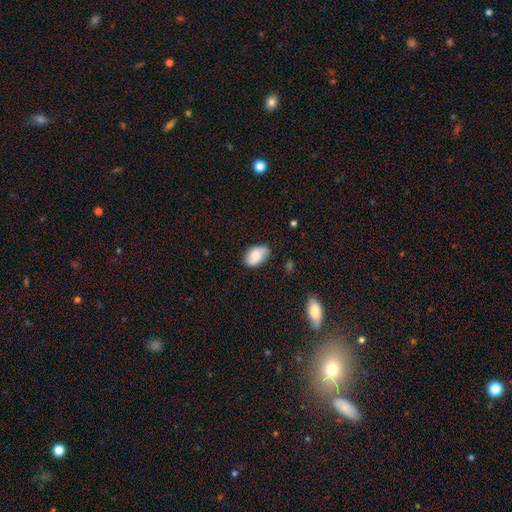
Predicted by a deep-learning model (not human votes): Q: Smooth or featured?
A: smooth (59%); runner-up: featured or disk (32%)
Q: How rounded?
A: in between (86%); runner-up: round (13%)
Q: Merging?
A: none (69%); runner-up: minor disturbance (23%)